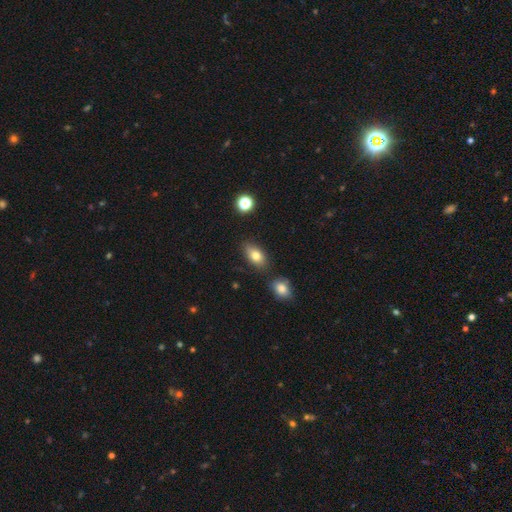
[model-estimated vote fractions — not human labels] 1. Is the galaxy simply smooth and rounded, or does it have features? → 78% smooth, 13% featured or disk, 9% star or artifact.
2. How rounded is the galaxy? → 89% in between, 7% round, 4% cigar-shaped.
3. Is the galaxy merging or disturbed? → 76% none, 13% minor disturbance, 7% merger, 3% major disturbance.